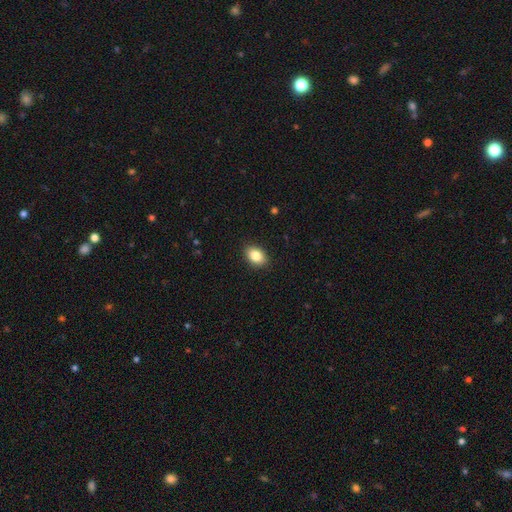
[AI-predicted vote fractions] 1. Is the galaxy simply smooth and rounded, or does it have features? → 85% smooth, 8% star or artifact, 7% featured or disk.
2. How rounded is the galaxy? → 83% in between, 16% round, 1% cigar-shaped.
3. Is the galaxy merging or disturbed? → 89% none, 8% minor disturbance, 2% major disturbance, 1% merger.